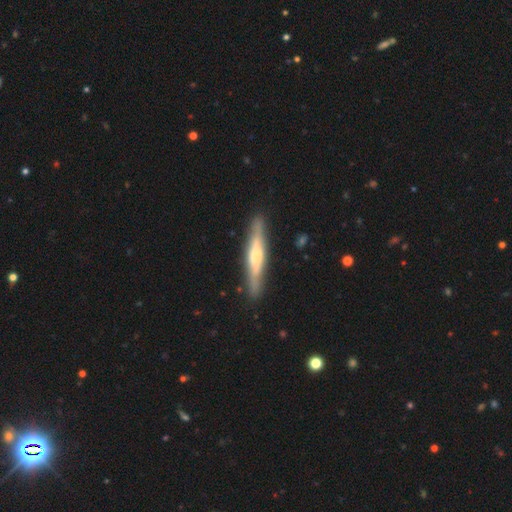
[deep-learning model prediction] Overall: featured or disk (60%; smooth 35%). Edge-on disk: yes (93%). Edge-on bulge: rounded (46%; boxy 36%). Merging: none (88%).